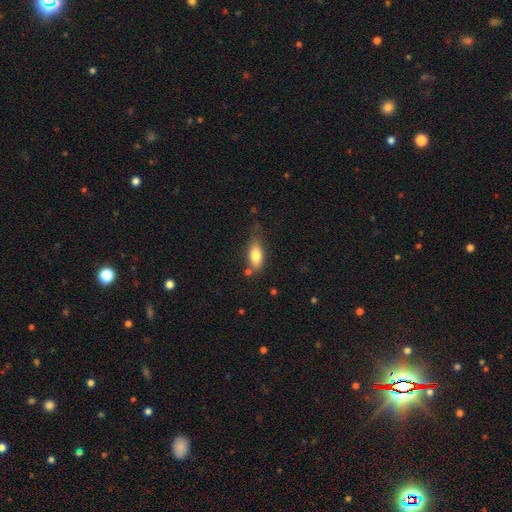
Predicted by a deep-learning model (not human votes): A smooth galaxy with no disk features (78%) that is in between round and cigar-shaped (81%).

Vote fractions:
- Smooth or featured? smooth: 78% / featured or disk: 15% / star or artifact: 7%
- How rounded? in between: 81% / cigar-shaped: 15% / round: 4%
- Merging? none: 61% / minor disturbance: 25% / merger: 7% / major disturbance: 7%